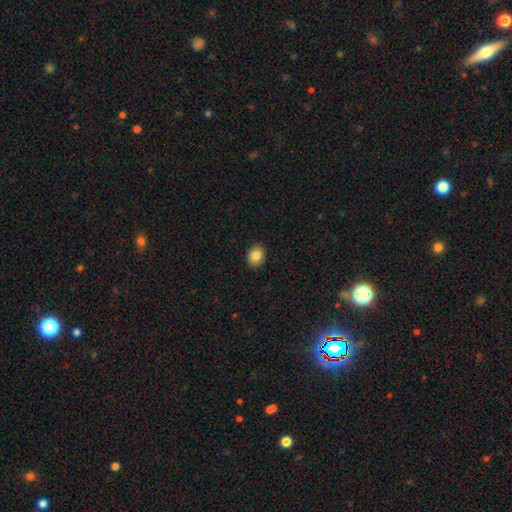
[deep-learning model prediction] Smooth or featured: smooth — 85% (star or artifact — 9%)
How rounded: round — 53% (in between — 46%)
Merging: none — 91% (minor disturbance — 6%)